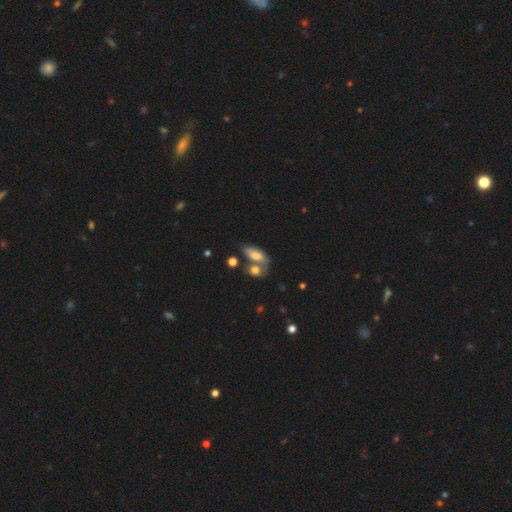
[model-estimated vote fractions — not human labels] A smooth galaxy with no disk features (70%) that is in between round and cigar-shaped (84%).

Vote fractions:
- Smooth or featured? smooth: 70% / featured or disk: 21% / star or artifact: 9%
- How rounded? in between: 84% / cigar-shaped: 9% / round: 7%
- Merging? merger: 43% / none: 32% / minor disturbance: 15% / major disturbance: 10%